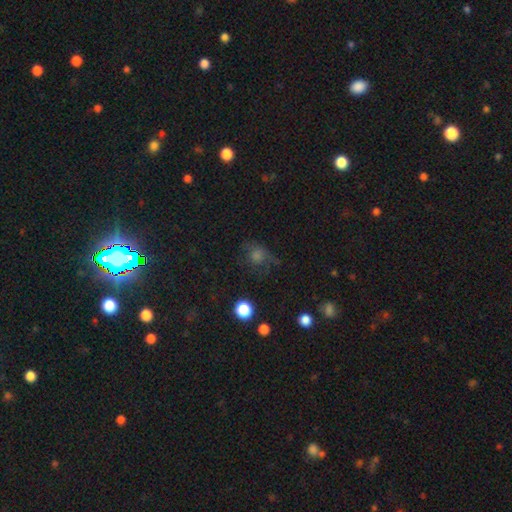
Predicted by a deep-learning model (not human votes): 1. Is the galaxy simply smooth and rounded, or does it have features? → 56% star or artifact, 32% smooth, 12% featured or disk.